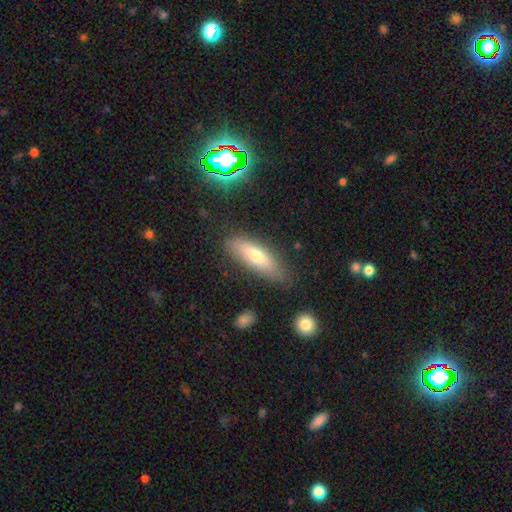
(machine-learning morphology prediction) A smooth galaxy with no disk features (62%) that is cigar-shaped (55%). Merging: none (79%).